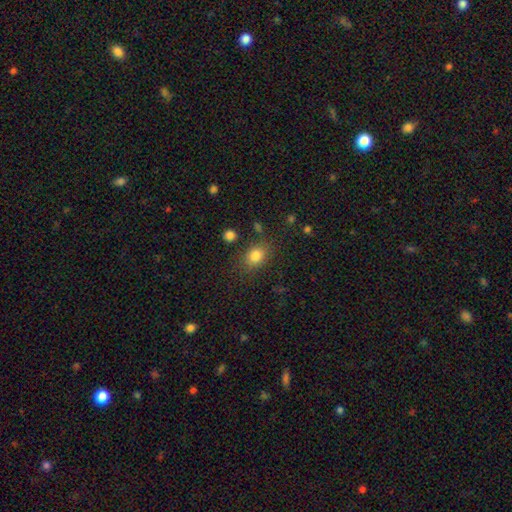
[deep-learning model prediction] Smooth or featured? Predicted: smooth (p=0.83). How rounded? Predicted: in between (p=0.58). Merging? Predicted: none (p=0.77).